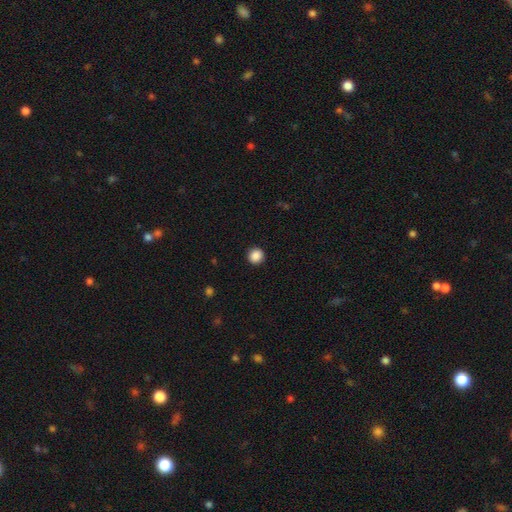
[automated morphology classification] Smooth or featured? smooth (88%)
How rounded? round (92%)
Merging? none (92%)